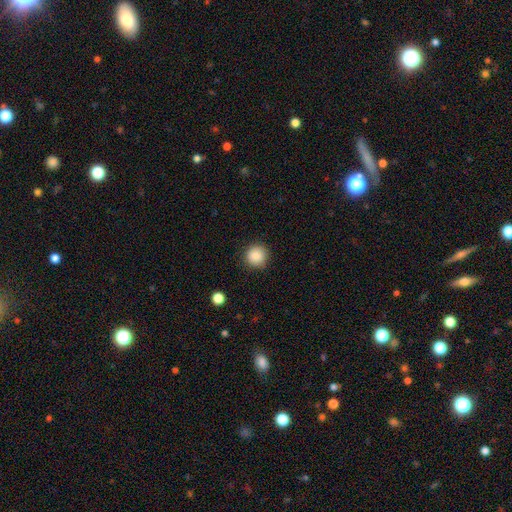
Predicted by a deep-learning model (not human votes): A smooth galaxy with no disk features (88%) that is round (94%). Merging: none (89%).